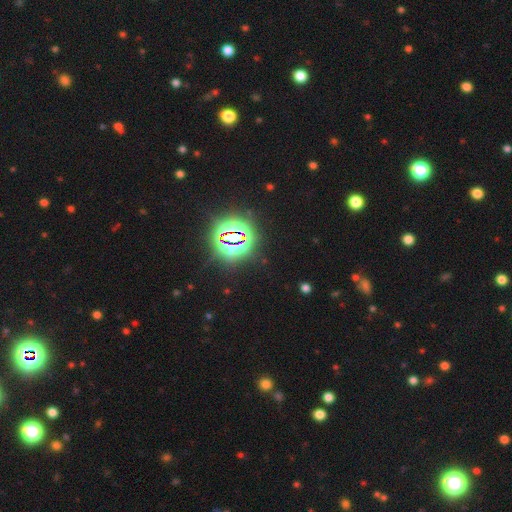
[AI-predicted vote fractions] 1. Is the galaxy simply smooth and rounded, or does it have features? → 81% star or artifact, 12% smooth, 7% featured or disk.